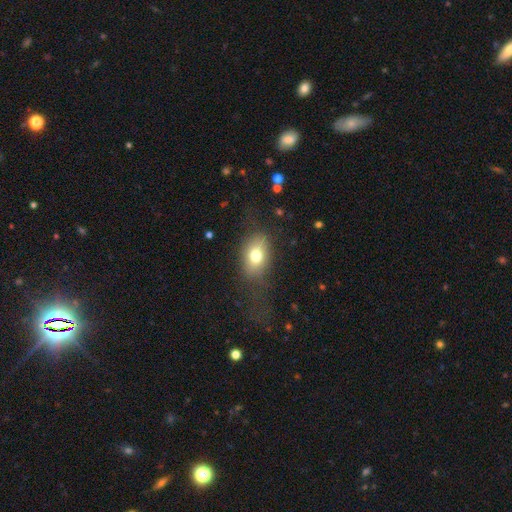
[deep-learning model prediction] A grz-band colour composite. It shows a smooth galaxy with no disk features (75%) that is in between round and cigar-shaped (84%). Merging: none (66%).